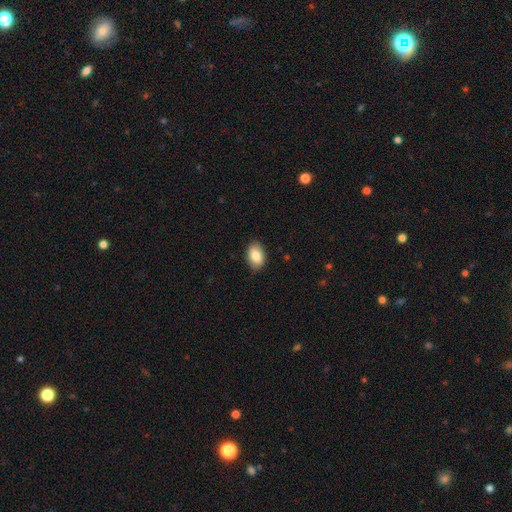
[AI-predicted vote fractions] Smooth or featured? Predicted: smooth (p=0.85). How rounded? Predicted: in between (p=0.87). Merging? Predicted: none (p=0.87).